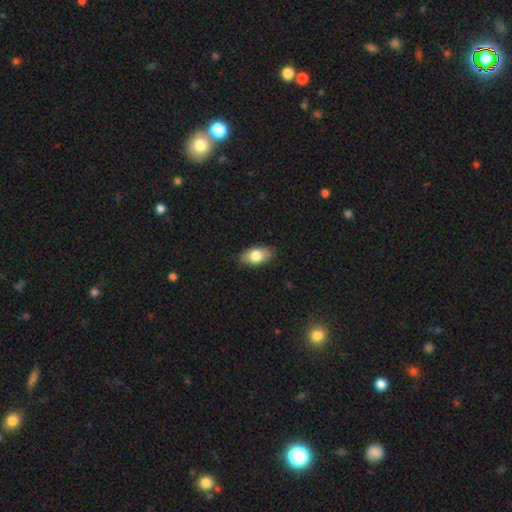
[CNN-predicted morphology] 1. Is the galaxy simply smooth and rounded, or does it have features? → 79% smooth, 15% featured or disk, 6% star or artifact.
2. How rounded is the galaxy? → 92% in between, 5% round, 3% cigar-shaped.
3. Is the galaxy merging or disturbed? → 86% none, 11% minor disturbance, 2% major disturbance, 1% merger.